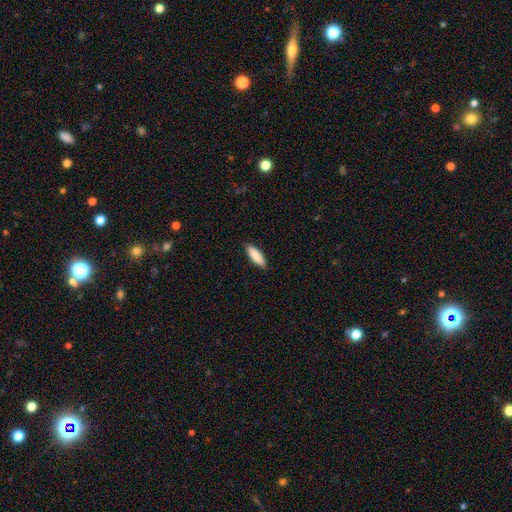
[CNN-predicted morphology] This is clearly a smooth galaxy (89%). How rounded: possibly cigar-shaped (53%). Merging: clearly none (89%).